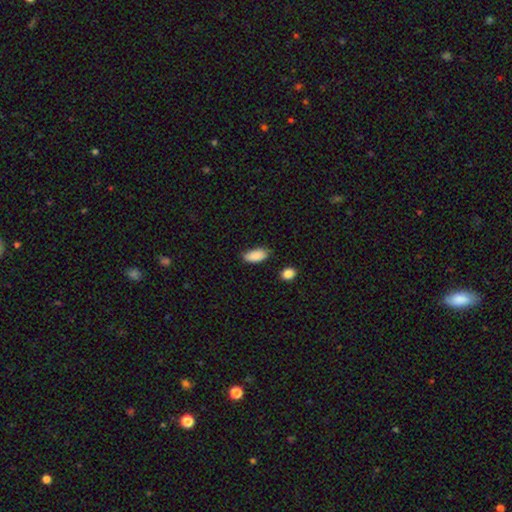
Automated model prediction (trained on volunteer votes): smooth 89%, star or artifact 7%, featured or disk 4%. Down the decision tree: how rounded — in between (91%); merging — none (77%).